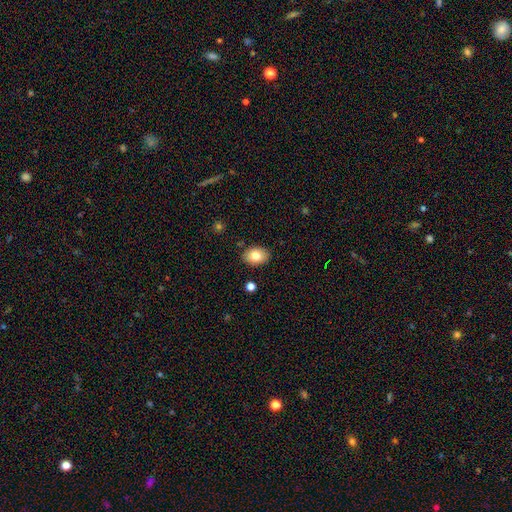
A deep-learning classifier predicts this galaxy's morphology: This appears to be a smooth galaxy with no disk features (81%) that is in between round and cigar-shaped (76%). Merging: none (87%).